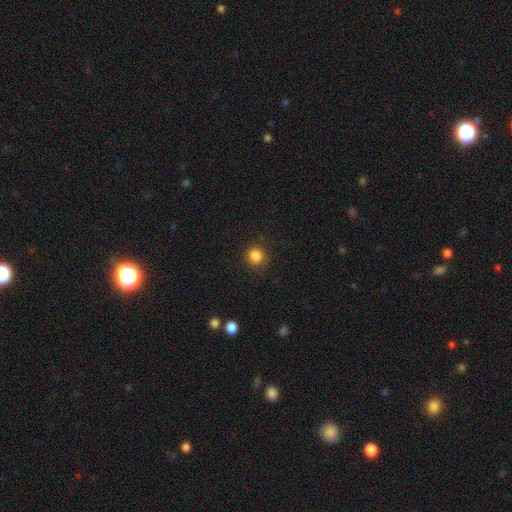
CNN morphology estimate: This is clearly a smooth galaxy (86%). How rounded: clearly round (87%). Merging: clearly none (88%).